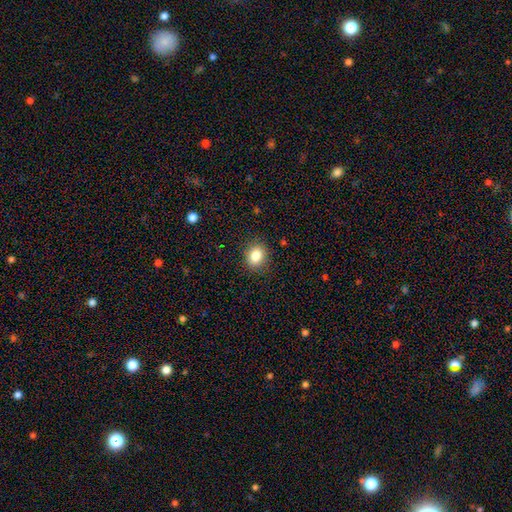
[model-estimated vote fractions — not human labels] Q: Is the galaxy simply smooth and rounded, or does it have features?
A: smooth — 84%.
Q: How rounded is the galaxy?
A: round — 63%.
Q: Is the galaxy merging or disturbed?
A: none — 88%.